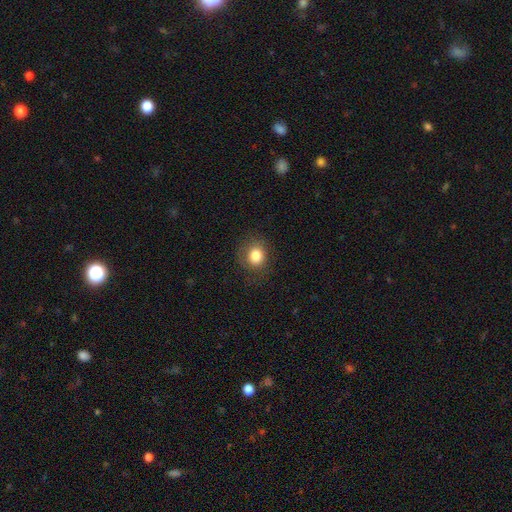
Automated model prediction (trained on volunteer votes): The model was most divided on "how rounded": round: 77%, in between: 23%, cigar-shaped: 1%. More confident: smooth or featured — smooth (81%); merging — none (80%).